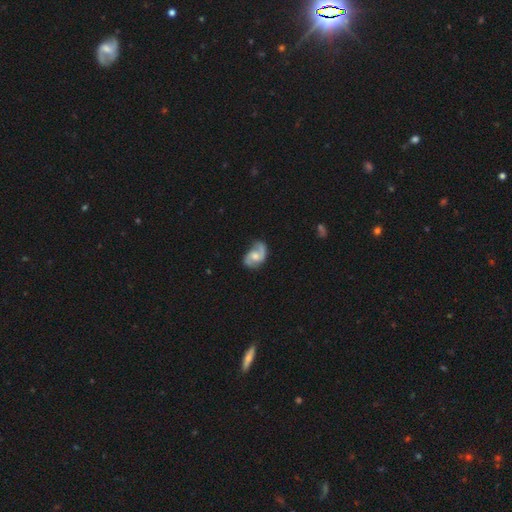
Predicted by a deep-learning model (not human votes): Smooth or featured: featured or disk — 82% (smooth — 12%)
Edge-on disk: no — 98% (yes — 2%)
Bar: no — 54% (weak — 39%)
Spiral arms: yes — 96% (no — 4%)
Spiral winding: medium — 50% (loose — 32%)
Spiral arm count: 2 — 88% (1 — 5%)
Bulge size: moderate — 57% (small — 25%)
Merging: none — 70% (minor disturbance — 20%)